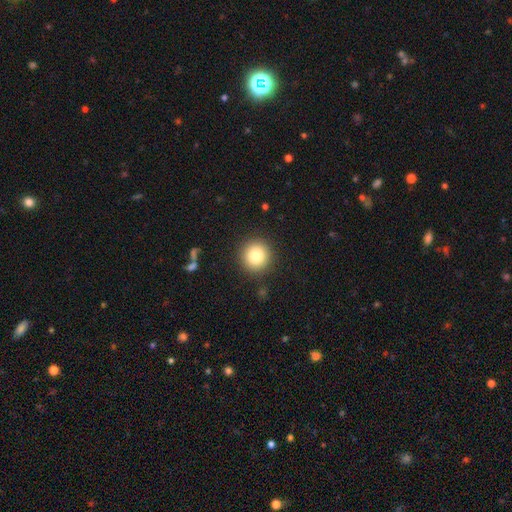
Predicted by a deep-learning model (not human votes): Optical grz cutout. It shows a smooth galaxy with no disk features (83%) that is round (94%). Merging: none (90%).